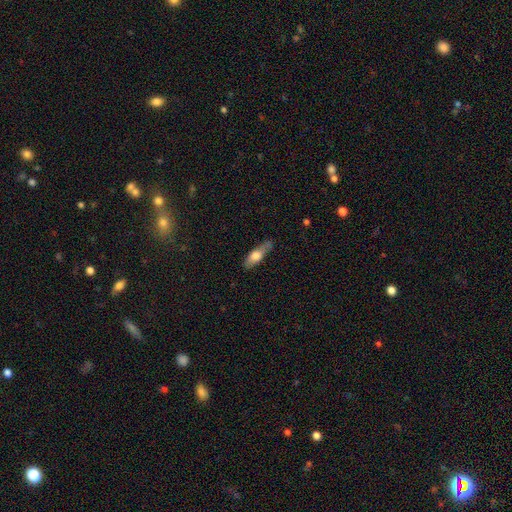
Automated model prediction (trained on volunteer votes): smooth 60%, featured or disk 33%, star or artifact 6%. Down the decision tree: how rounded — cigar-shaped (52%); merging — none (69%).